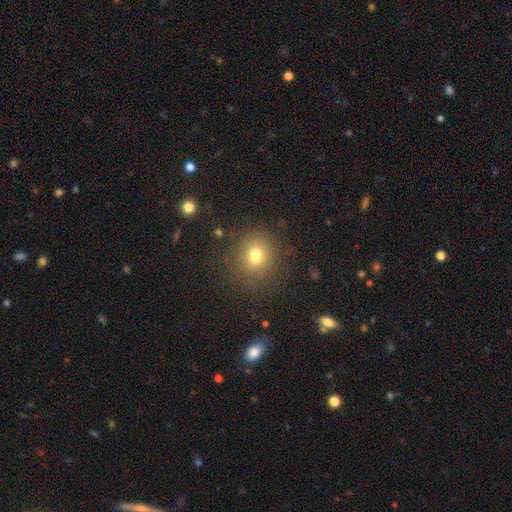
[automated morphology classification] Smooth or featured: smooth — 75% (star or artifact — 16%)
How rounded: round — 87% (in between — 12%)
Merging: none — 85% (minor disturbance — 9%)